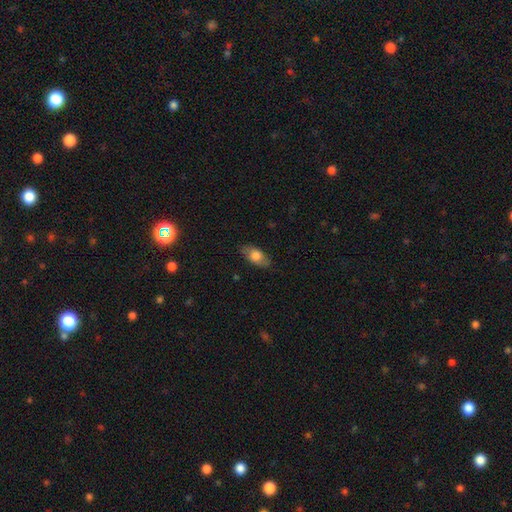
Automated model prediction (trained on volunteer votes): Smooth or featured: smooth — 71% (featured or disk — 22%)
How rounded: in between — 88% (cigar-shaped — 7%)
Merging: none — 81% (minor disturbance — 14%)